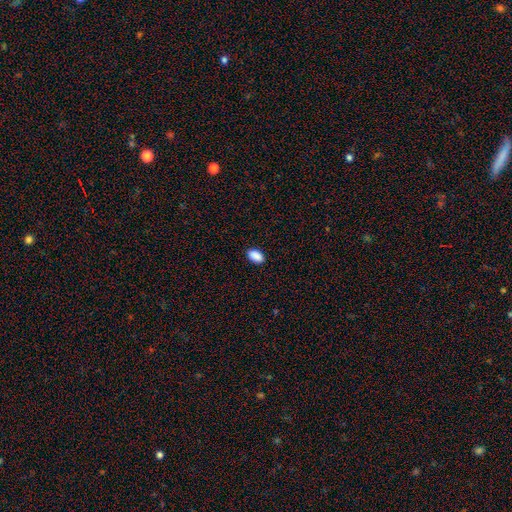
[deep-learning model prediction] Smooth or featured? Predicted: smooth (p=0.90). How rounded? Predicted: in between (p=0.92). Merging? Predicted: none (p=0.89).